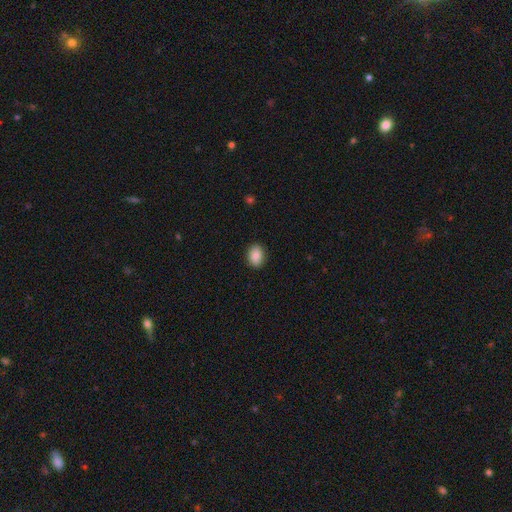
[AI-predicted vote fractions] The model was most divided on "how rounded": in between: 74%, round: 25%, cigar-shaped: 1%. More confident: merging — none (88%); smooth or featured — smooth (87%).